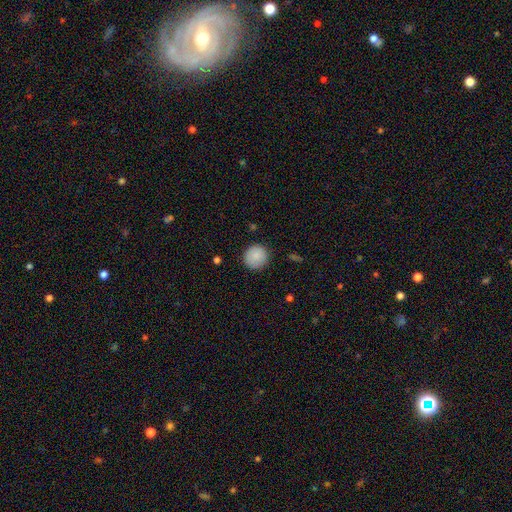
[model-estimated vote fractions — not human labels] Overall: smooth (87%). How rounded: round (93%). Merging: none (88%).